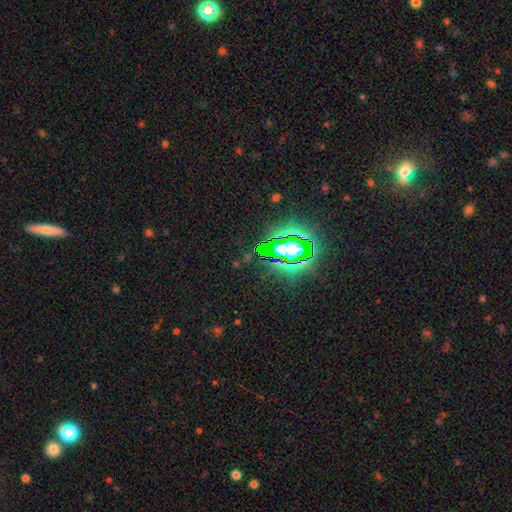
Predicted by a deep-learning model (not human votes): smooth-or-featured: star or artifact: 82% | smooth: 10% | featured or disk: 8%